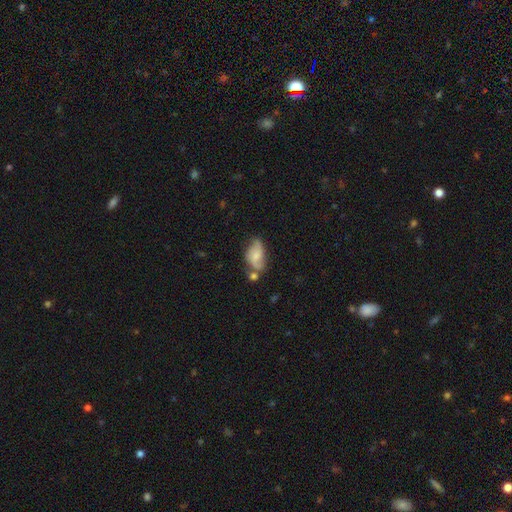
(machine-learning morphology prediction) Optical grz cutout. It shows a featured or disk galaxy (50%). Merging: none (40%).